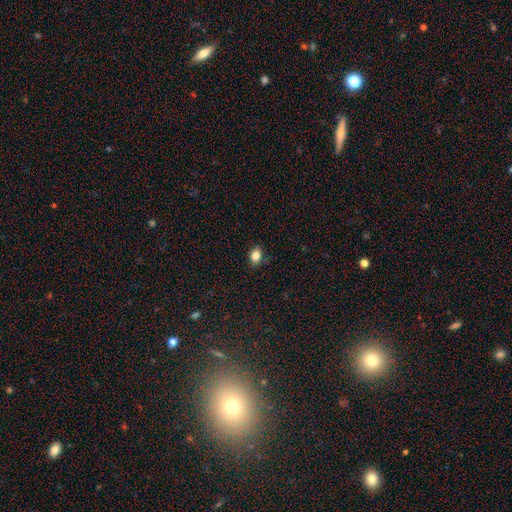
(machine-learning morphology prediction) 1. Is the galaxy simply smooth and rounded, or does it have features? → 83% smooth, 11% star or artifact, 6% featured or disk.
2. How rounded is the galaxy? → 65% in between, 34% round, 1% cigar-shaped.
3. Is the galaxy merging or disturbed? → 84% none, 12% minor disturbance, 2% major disturbance, 1% merger.